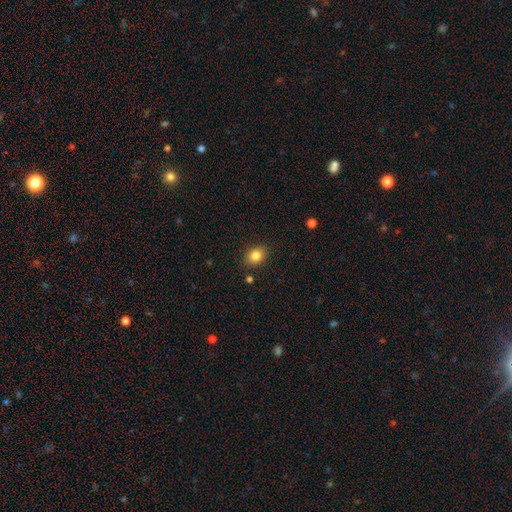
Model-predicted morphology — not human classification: A smooth galaxy with no disk features (83%) that is in between round and cigar-shaped (52%).

Vote fractions:
- Smooth or featured? smooth: 83% / star or artifact: 10% / featured or disk: 6%
- How rounded? in between: 52% / round: 47% / cigar-shaped: 1%
- Merging? none: 87% / minor disturbance: 9% / major disturbance: 2% / merger: 2%